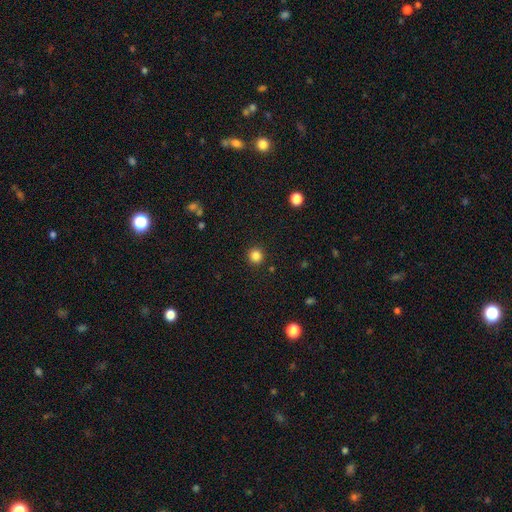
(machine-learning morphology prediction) type=smooth (84%); roundness=round (95%); merging=none (92%).